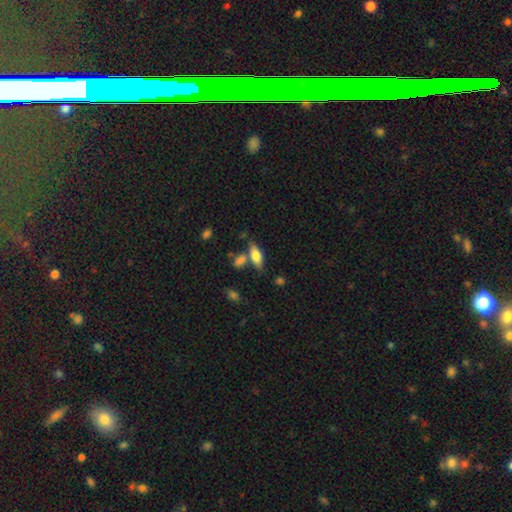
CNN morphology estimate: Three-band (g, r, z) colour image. It shows a smooth galaxy with no disk features (69%) that is in between round and cigar-shaped (67%). Merging: none (64%).